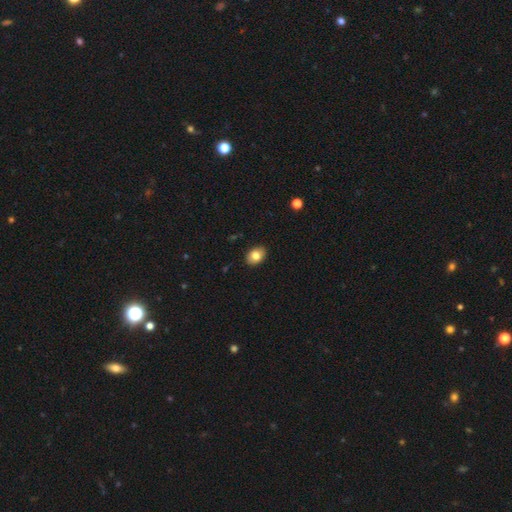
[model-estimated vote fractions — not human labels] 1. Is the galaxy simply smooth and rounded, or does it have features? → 81% smooth, 11% featured or disk, 8% star or artifact.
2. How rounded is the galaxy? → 73% in between, 26% round, 1% cigar-shaped.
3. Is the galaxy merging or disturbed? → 89% none, 8% minor disturbance, 2% major disturbance, 1% merger.